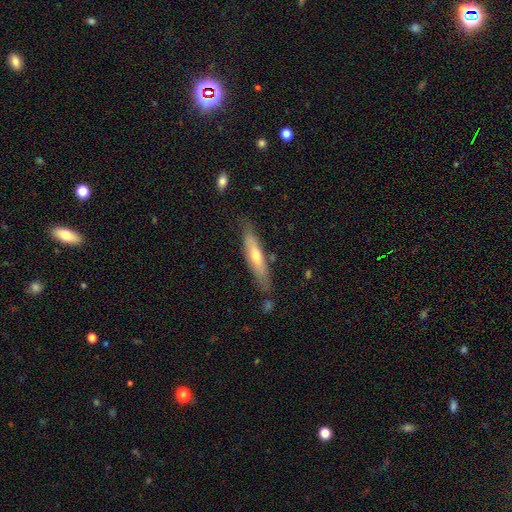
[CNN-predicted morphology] smooth 51%, featured or disk 43%, star or artifact 6%. Down the decision tree: how rounded — cigar-shaped (80%); merging — none (77%).